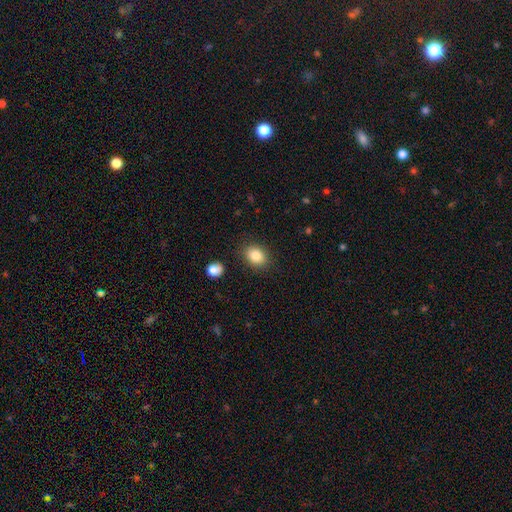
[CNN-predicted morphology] Smooth or featured? smooth (84%)
How rounded? in between (54%)
Merging? none (86%)